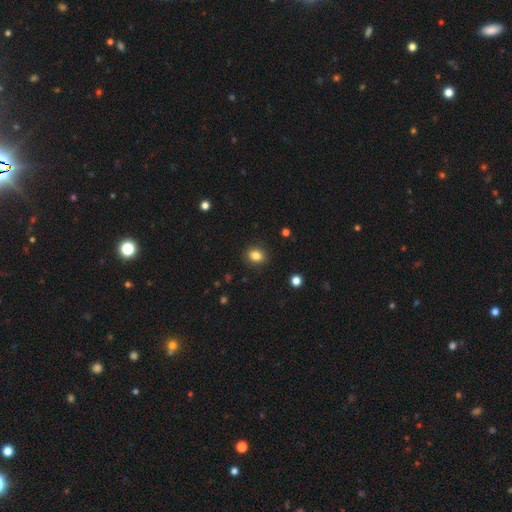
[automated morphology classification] Smooth or featured?
  - smooth: 85% *
  - star or artifact: 11%
  - featured or disk: 5%
How rounded?
  - in between: 56% *
  - round: 43%
  - cigar-shaped: 1%
Merging?
  - none: 89% *
  - minor disturbance: 8%
  - major disturbance: 2%
  - merger: 1%